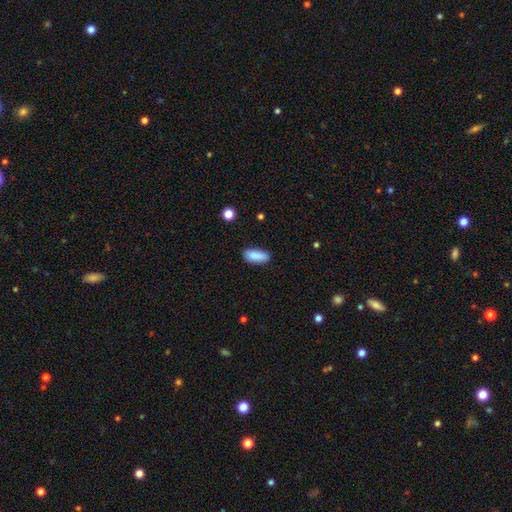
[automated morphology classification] A smooth galaxy with no disk features (88%) that is in between round and cigar-shaped (82%).

Vote fractions:
- Smooth or featured? smooth: 88% / star or artifact: 7% / featured or disk: 5%
- How rounded? in between: 82% / cigar-shaped: 16% / round: 2%
- Merging? none: 81% / minor disturbance: 15% / major disturbance: 3% / merger: 2%